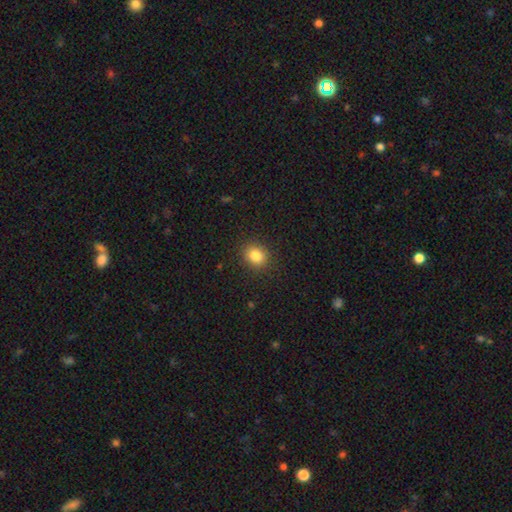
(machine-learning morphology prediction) smooth 83%, star or artifact 11%, featured or disk 6%. Down the decision tree: how rounded — round (70%); merging — none (89%).